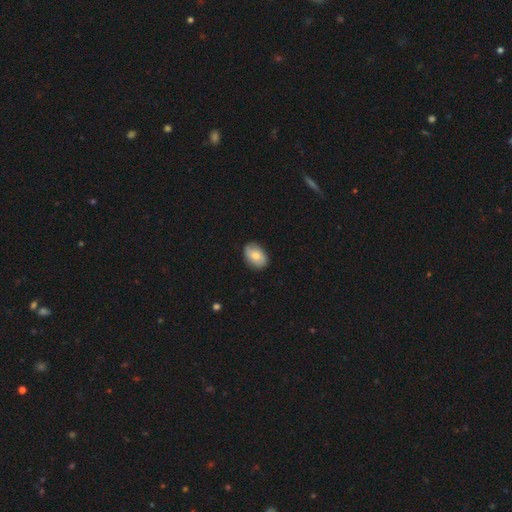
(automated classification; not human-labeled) Morphology: type=smooth (75%); roundness=in between (84%); merging=none (85%).